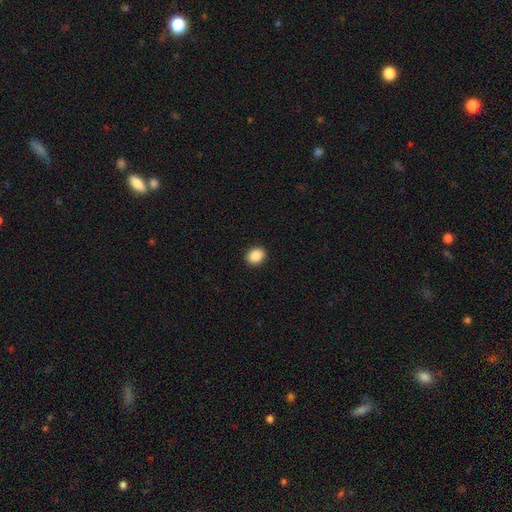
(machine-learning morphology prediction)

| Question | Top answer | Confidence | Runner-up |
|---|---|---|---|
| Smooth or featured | smooth | 89% | star or artifact (8%) |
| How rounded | round | 50% | in between (49%) |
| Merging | none | 91% | minor disturbance (6%) |